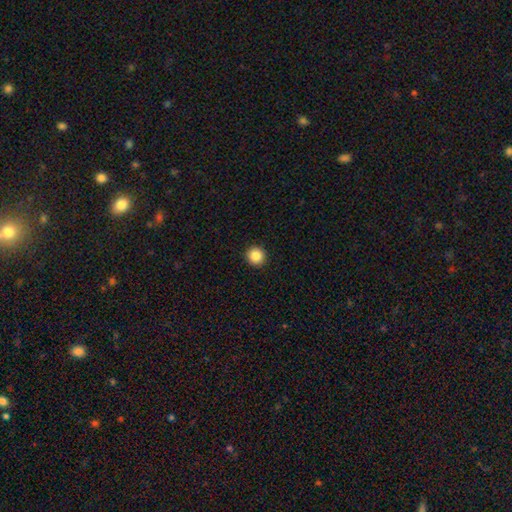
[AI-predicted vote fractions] Overall: smooth (86%). How rounded: round (95%). Merging: none (93%).